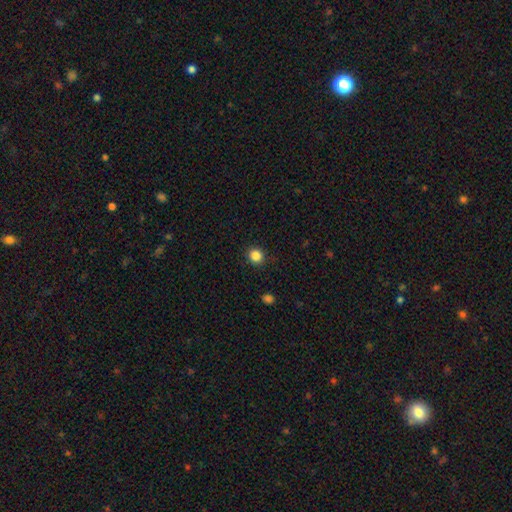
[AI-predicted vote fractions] The model was most divided on "smooth or featured": smooth: 86%, star or artifact: 11%, featured or disk: 3%. More confident: merging — none (91%); how rounded — round (90%).